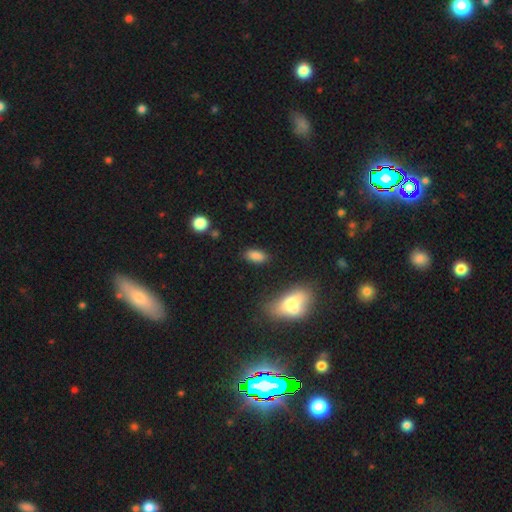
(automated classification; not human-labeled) The model was most divided on "merging": none: 83%, minor disturbance: 11%, major disturbance: 3%, merger: 3%. More confident: how rounded — in between (88%); smooth or featured — smooth (86%).